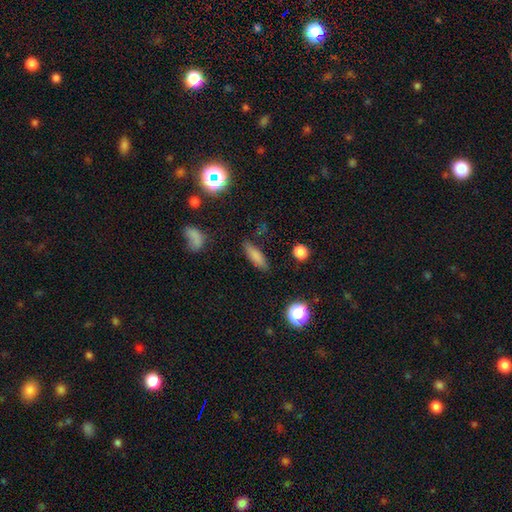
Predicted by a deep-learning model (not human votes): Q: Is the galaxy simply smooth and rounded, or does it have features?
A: smooth — 77%.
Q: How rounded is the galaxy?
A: cigar-shaped — 53%.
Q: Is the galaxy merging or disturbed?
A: none — 81%.